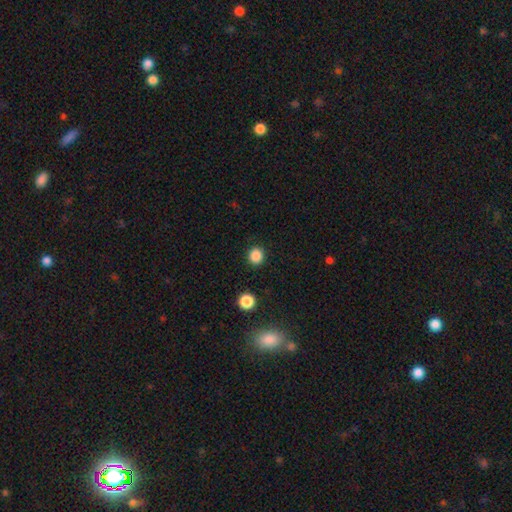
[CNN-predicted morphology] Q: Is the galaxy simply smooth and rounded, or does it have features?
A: smooth — 86%.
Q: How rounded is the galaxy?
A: round — 87%.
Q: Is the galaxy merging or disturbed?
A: none — 91%.